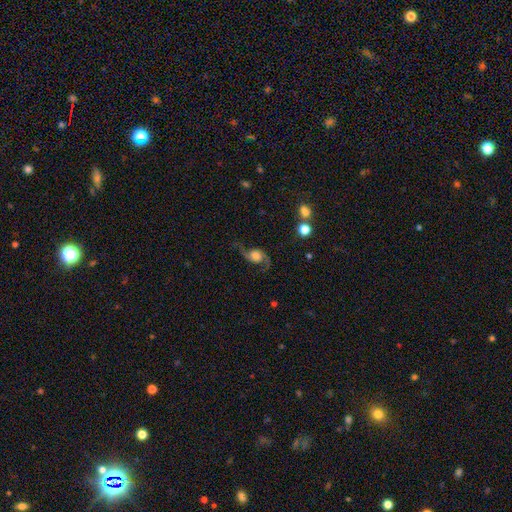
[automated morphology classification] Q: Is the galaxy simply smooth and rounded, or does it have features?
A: featured or disk — 82%.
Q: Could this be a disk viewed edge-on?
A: no — 97%.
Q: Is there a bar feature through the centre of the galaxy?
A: no — 66%.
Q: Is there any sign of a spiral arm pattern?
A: yes — 96%.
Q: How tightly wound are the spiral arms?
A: loose — 70%.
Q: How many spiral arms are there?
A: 2 — 93%.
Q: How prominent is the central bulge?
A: moderate — 35%.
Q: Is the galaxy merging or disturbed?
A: none — 70%.